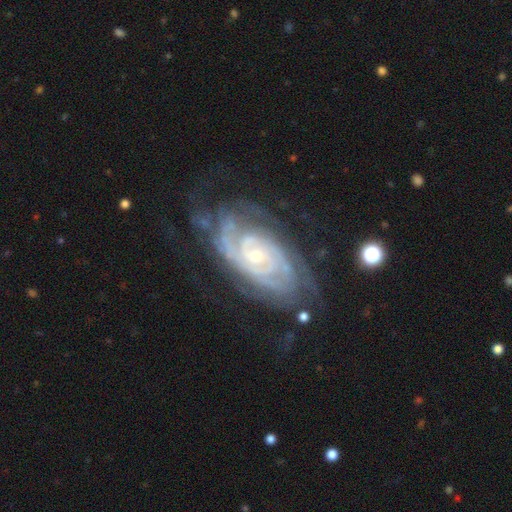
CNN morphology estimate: type=featured or disk (89%); edge-on=no (96%); bar=no (63%); spiral arms=yes (97%); winding=tight (77%); arm count=2 (39%); bulge=small (65%); merging=none (66%).